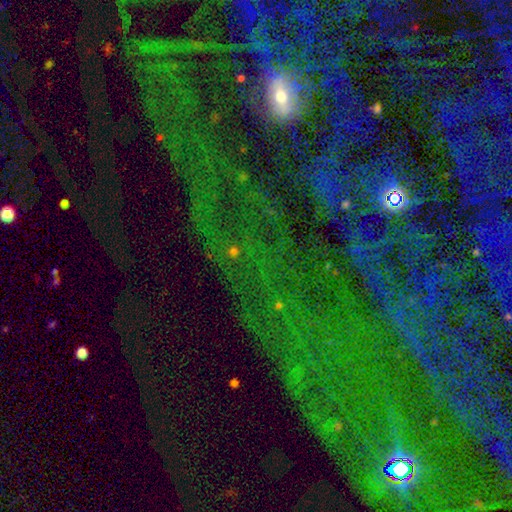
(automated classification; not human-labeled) Smooth or featured? Predicted: star or artifact (p=0.63).